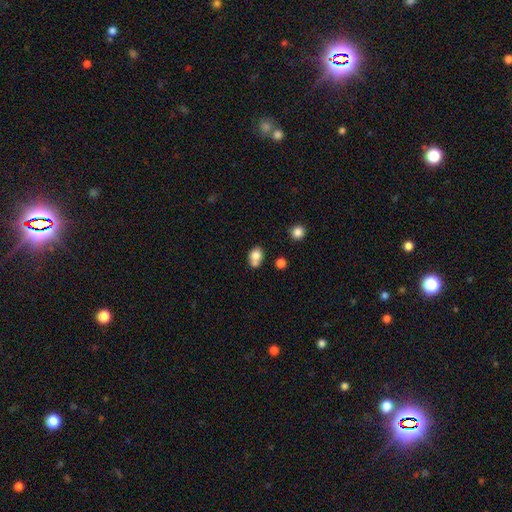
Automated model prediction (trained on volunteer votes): smooth-or-featured: smooth: 77% | featured or disk: 13% | star or artifact: 10%
  how-rounded: in between: 52% | round: 47% | cigar-shaped: 1%
  merging: none: 40% (tied) | merger: 40% (tied) | minor disturbance: 15% | major disturbance: 5%